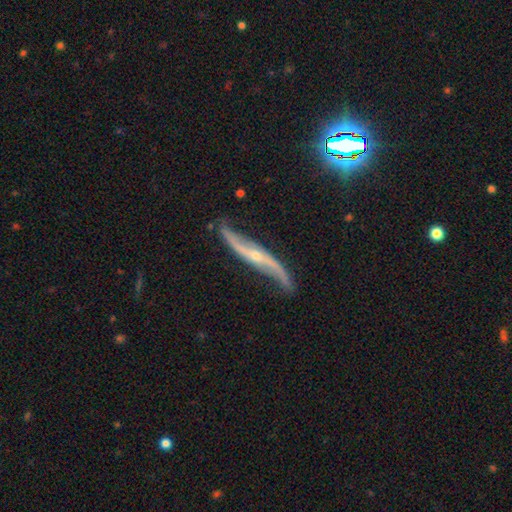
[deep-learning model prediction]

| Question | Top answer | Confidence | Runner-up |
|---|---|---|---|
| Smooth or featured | featured or disk | 88% | smooth (6%) |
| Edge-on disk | no | 71% | yes (29%) |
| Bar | no | 55% | weak (24%) |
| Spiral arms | yes | 95% | no (5%) |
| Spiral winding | loose | 88% | medium (8%) |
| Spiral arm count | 2 | 93% | can't tell (2%) |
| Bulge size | small | 75% | moderate (21%) |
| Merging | none | 71% | minor disturbance (19%) |